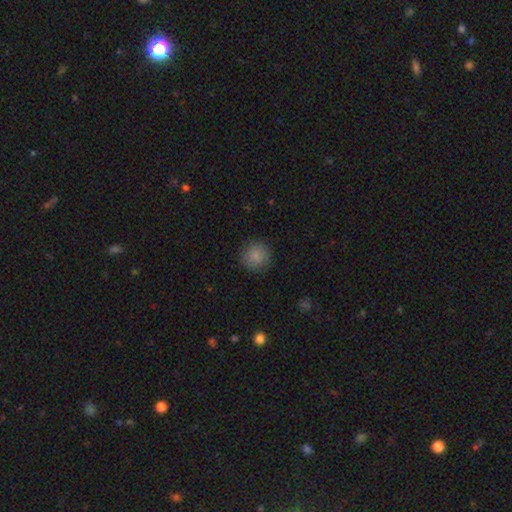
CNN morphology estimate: Smooth or featured?
  - smooth: 86% *
  - star or artifact: 9%
  - featured or disk: 5%
How rounded?
  - round: 93% *
  - in between: 6%
  - cigar-shaped: 1%
Merging?
  - none: 88% *
  - minor disturbance: 8%
  - major disturbance: 3%
  - merger: 1%